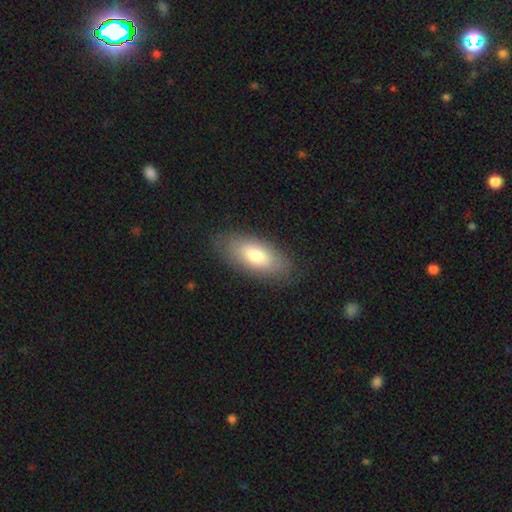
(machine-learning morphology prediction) Smooth or featured? smooth (75%)
How rounded? in between (88%)
Merging? none (85%)